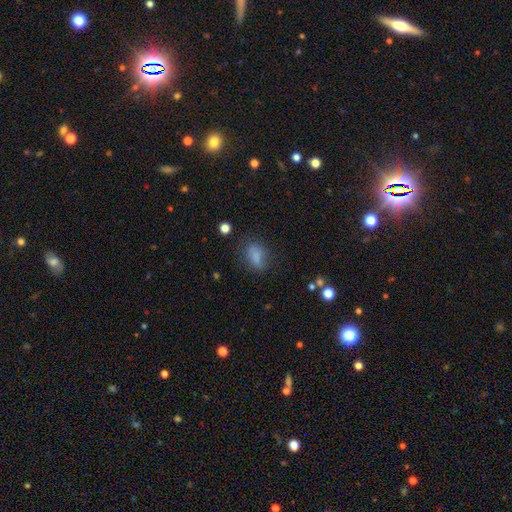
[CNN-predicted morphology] Smooth or featured?
  - smooth: 80% *
  - star or artifact: 12%
  - featured or disk: 8%
How rounded?
  - in between: 79% *
  - round: 17%
  - cigar-shaped: 4%
Merging?
  - none: 69% *
  - minor disturbance: 19%
  - major disturbance: 8%
  - merger: 3%